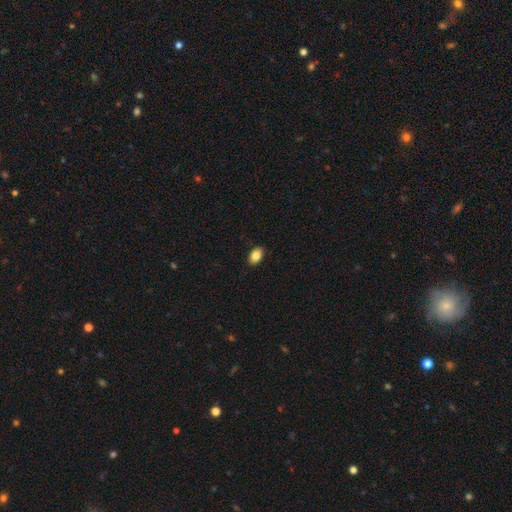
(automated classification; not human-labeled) smooth 85%, star or artifact 8%, featured or disk 7%. Down the decision tree: how rounded — in between (88%); merging — none (89%).